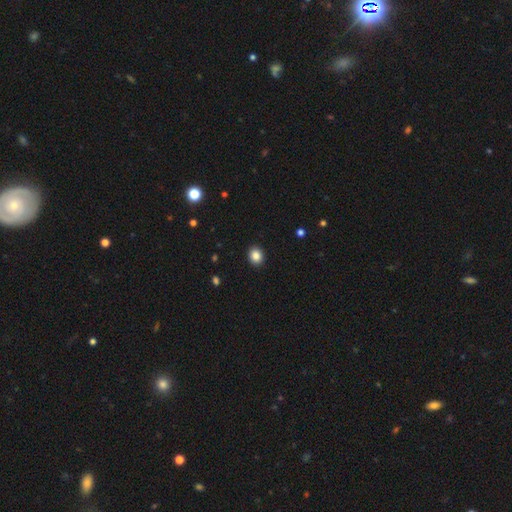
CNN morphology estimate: A smooth galaxy with no disk features (86%) that is round (69%). Merging: none (92%).